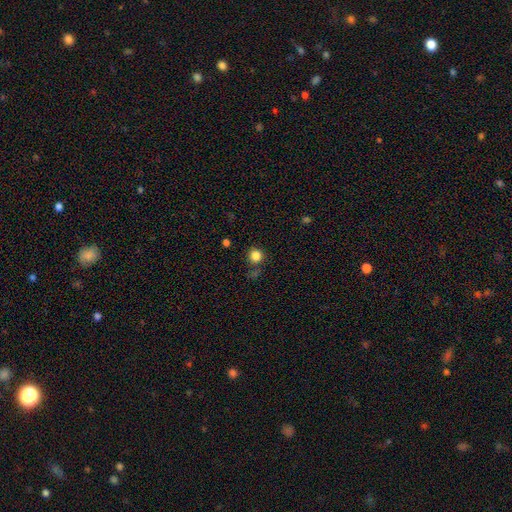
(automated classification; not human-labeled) A smooth galaxy with no disk features (83%) that is round (90%). Merging: none (77%).